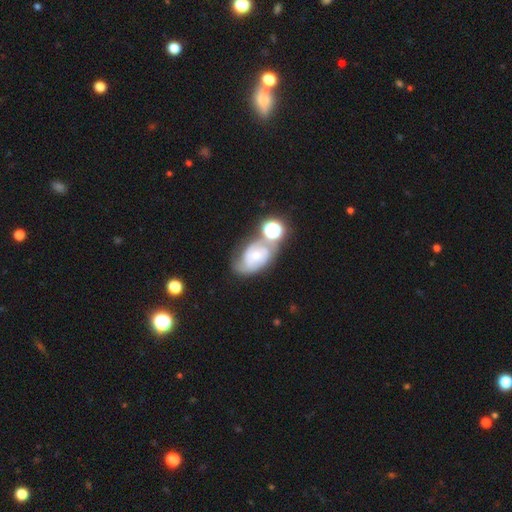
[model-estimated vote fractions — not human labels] smooth-or-featured: featured or disk: 66% | smooth: 22% | star or artifact: 12%
  disk-edge-on: no: 96% | yes: 4%
    bar: no: 65% | weak: 28% | strong: 7%
    has-spiral-arms: yes: 84% | no: 16%
      spiral-winding: tight: 44% | medium: 41% | loose: 16%
      spiral-arm-count: 2: 54% | can't tell: 27% | 3: 8% | 1: 7% | 4: 2% | more than 4: 2%
    bulge-size: moderate: 53% | small: 38% | large: 5% | none: 3% | dominant: 1%
  merging: none: 39% | merger: 27% | minor disturbance: 21% | major disturbance: 13%